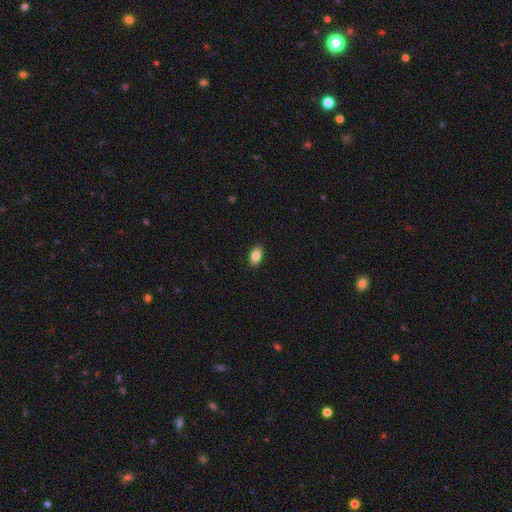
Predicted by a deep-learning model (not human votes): Smooth or featured? Predicted: smooth (p=0.84). How rounded? Predicted: in between (p=0.89). Merging? Predicted: none (p=0.90).